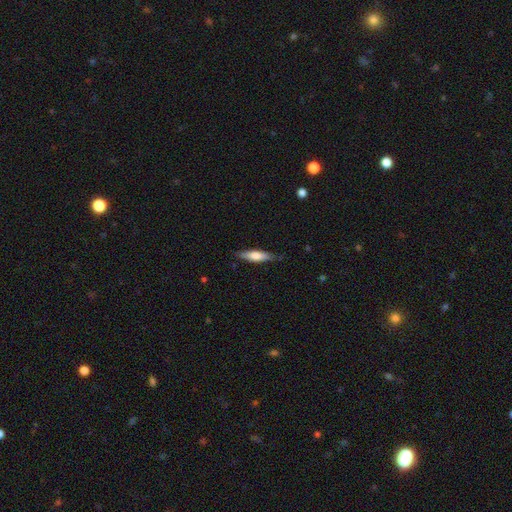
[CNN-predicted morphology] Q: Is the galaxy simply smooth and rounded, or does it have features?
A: smooth — 59%.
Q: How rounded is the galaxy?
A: cigar-shaped — 71%.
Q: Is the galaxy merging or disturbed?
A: none — 82%.